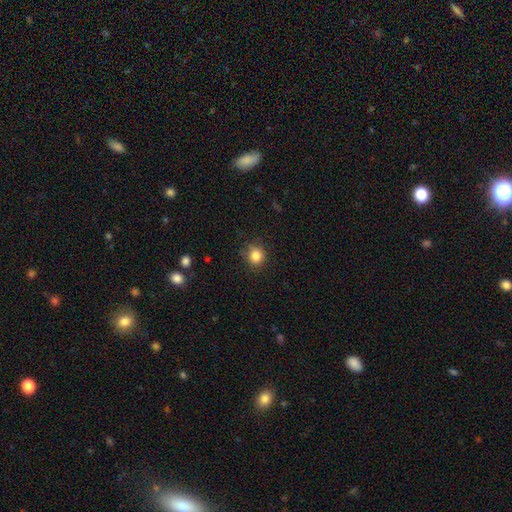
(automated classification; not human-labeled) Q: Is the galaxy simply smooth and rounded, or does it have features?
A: smooth — 84%.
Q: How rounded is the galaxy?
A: round — 86%.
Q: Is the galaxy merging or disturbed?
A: none — 83%.